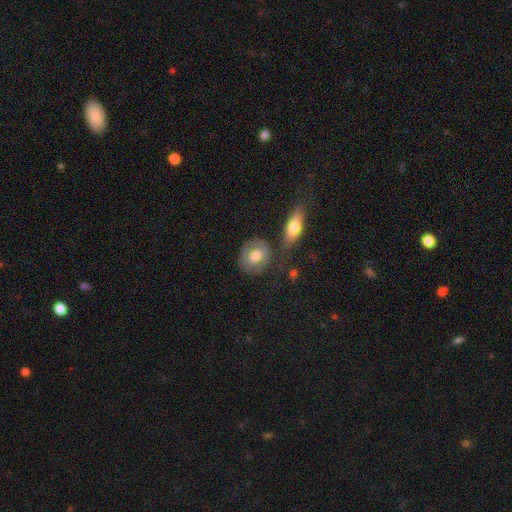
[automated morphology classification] This appears to be a smooth galaxy with no disk features (66%) that is round (58%). Merging: none (69%).